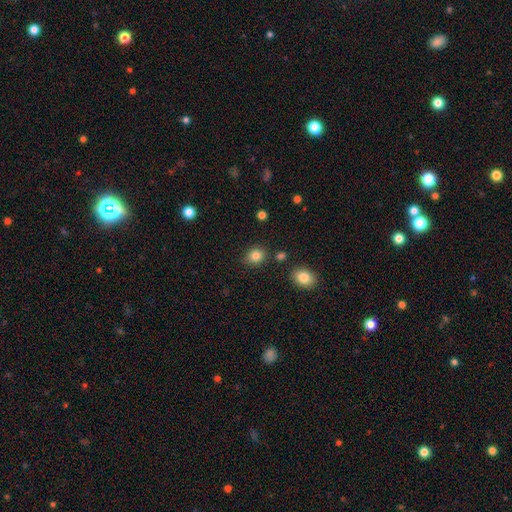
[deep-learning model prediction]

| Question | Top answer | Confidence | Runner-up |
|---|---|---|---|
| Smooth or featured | smooth | 83% | star or artifact (11%) |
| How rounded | round | 64% | in between (35%) |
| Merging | none | 82% | minor disturbance (11%) |